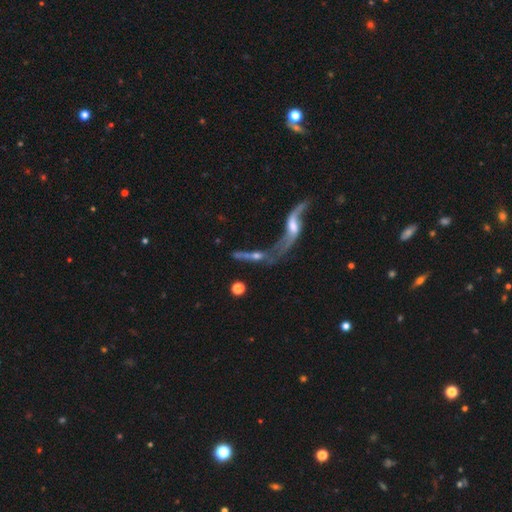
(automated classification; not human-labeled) The model was most divided on "edge-on disk": no: 66%, yes: 34%. More confident: smooth or featured — featured or disk (62%); merging — merger (54%).